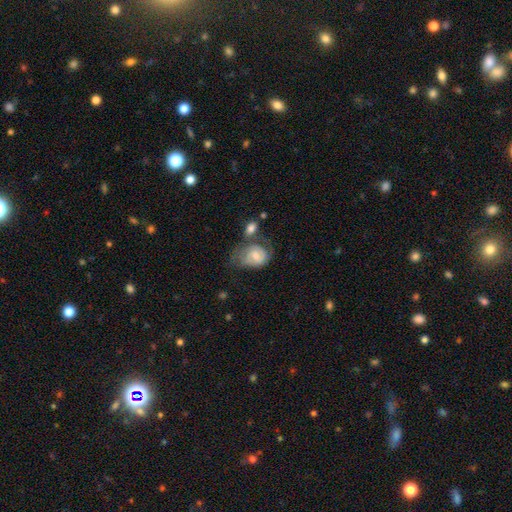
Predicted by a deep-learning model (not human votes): A featured or disk galaxy (55%) with a weak bar (46%), spiral arms (78%) and a moderate central bulge (46%). Merging: none (33%).